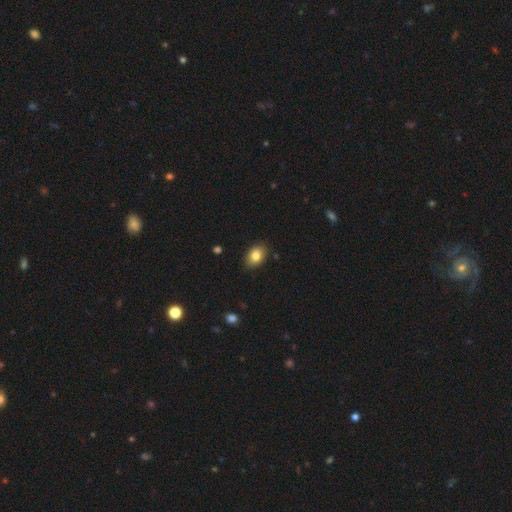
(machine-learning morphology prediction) This is clearly a smooth galaxy (83%). How rounded: likely in between (78%). Merging: clearly none (85%).